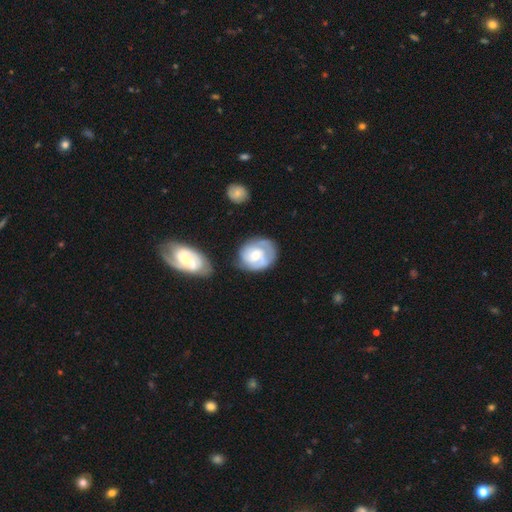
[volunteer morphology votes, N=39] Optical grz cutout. It shows a featured or disk galaxy (77%) with no bar (53%), 3 (52%) tight (39%) spiral arms (77%) and a moderate central bulge (50%). Merging: none (67%).